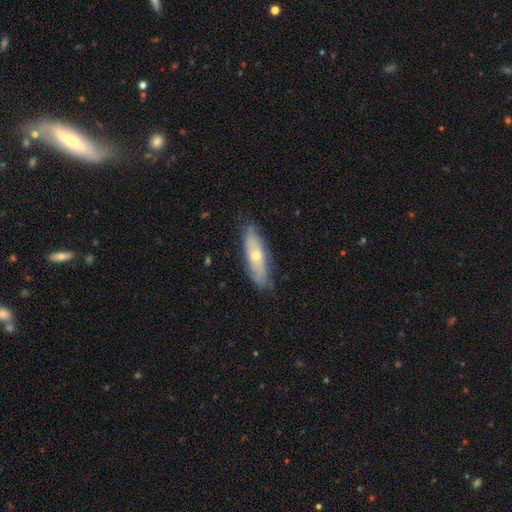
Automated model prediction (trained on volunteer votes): Smooth or featured?
  - featured or disk: 50% *
  - smooth: 44%
  - star or artifact: 7%
Merging?
  - none: 78% *
  - minor disturbance: 17%
  - major disturbance: 3%
  - merger: 1%